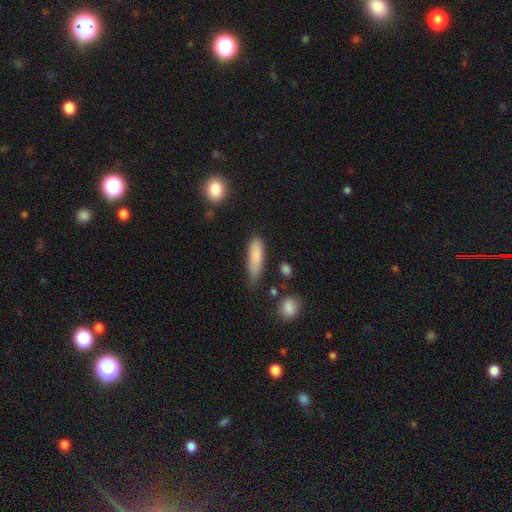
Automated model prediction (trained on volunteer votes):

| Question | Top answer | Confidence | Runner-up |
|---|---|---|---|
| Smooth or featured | smooth | 84% | featured or disk (9%) |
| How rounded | cigar-shaped | 63% | in between (35%) |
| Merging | none | 62% | minor disturbance (27%) |